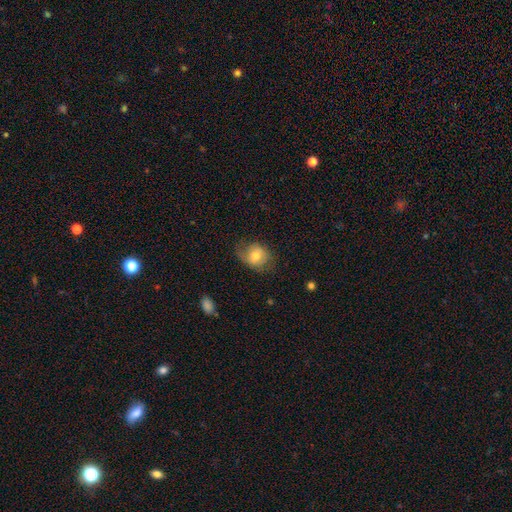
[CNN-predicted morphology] Q: Smooth or featured?
A: smooth (63%); runner-up: featured or disk (29%)
Q: How rounded?
A: in between (53%); runner-up: round (46%)
Q: Merging?
A: none (55%); runner-up: minor disturbance (29%)